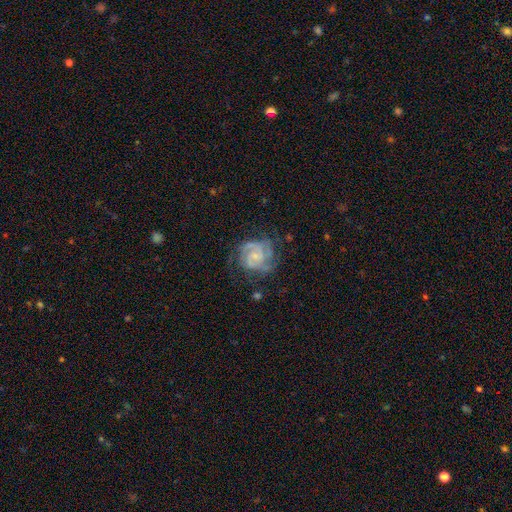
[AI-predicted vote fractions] featured or disk 85%, smooth 9%, star or artifact 6%. Down the decision tree: edge-on disk — no (98%); bar — no (64%); spiral arms — yes (97%); spiral arm count — 3 (37%); spiral winding — tight (55%); bulge size — small (65%); merging — none (67%).